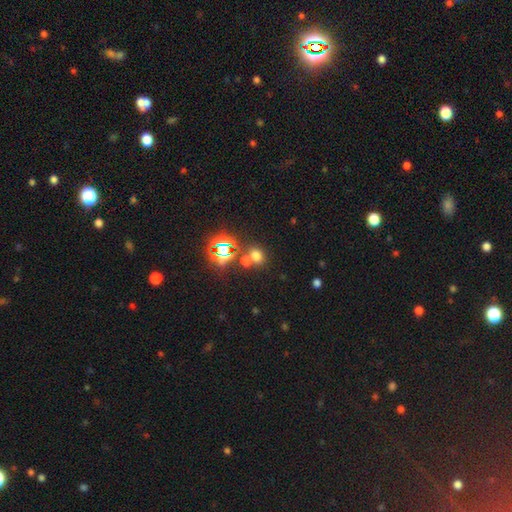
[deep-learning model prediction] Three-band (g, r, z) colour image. It shows a smooth galaxy with no disk features (60%) that is round (51%). Merging: none (62%).